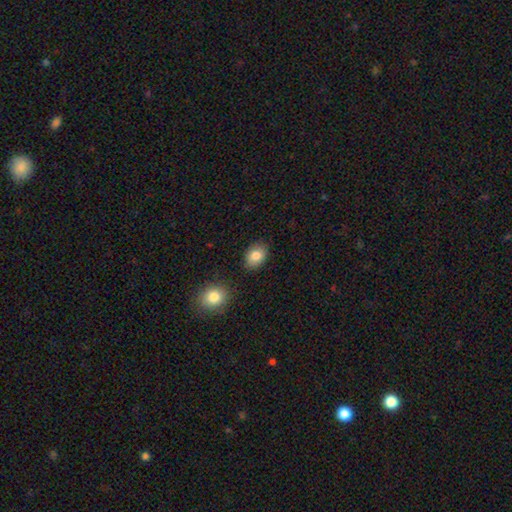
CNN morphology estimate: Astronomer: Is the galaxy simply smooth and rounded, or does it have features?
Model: smooth — 85%.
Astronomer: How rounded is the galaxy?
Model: in between — 73%.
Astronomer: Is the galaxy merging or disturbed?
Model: none — 84%.